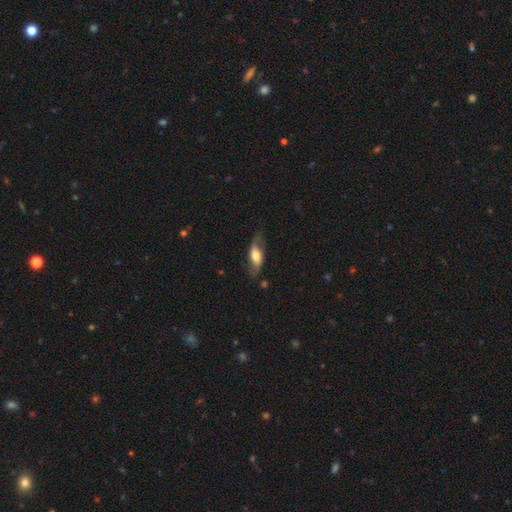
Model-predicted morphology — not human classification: Smooth or featured: featured or disk — 48% (smooth — 46%)
Merging: none — 67% (minor disturbance — 21%)